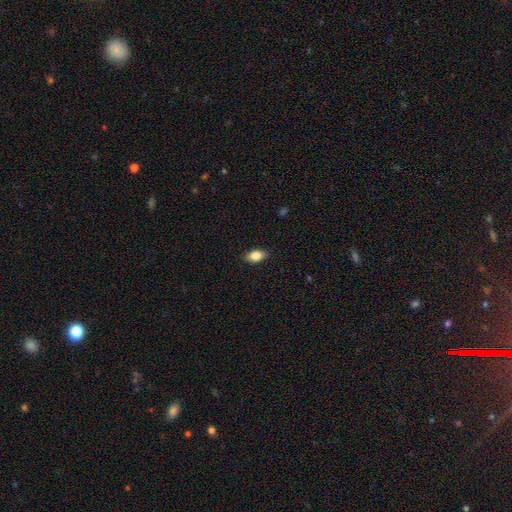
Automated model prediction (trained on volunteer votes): Morphology: type=smooth (82%); roundness=in between (87%); merging=none (87%).